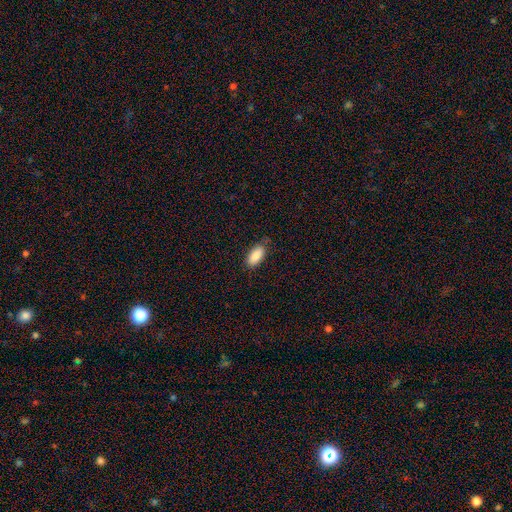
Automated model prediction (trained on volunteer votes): The model was most divided on "merging": none: 76%, minor disturbance: 19%, major disturbance: 4%, merger: 1%. More confident: how rounded — in between (89%); smooth or featured — smooth (86%).